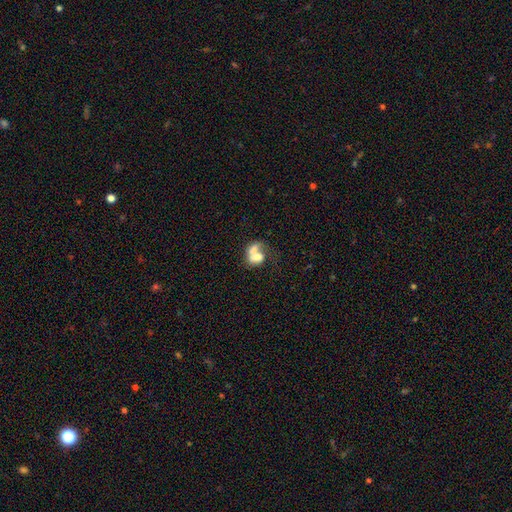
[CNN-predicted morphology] Smooth or featured? Predicted: smooth (p=0.60). How rounded? Predicted: in between (p=0.64). Merging? Predicted: merger (p=0.64).